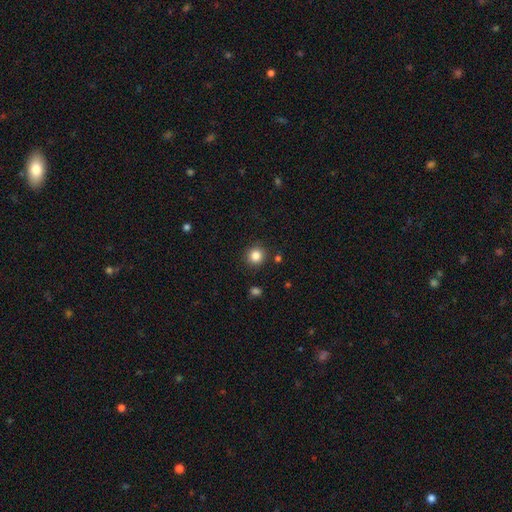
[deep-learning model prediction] Overall: smooth (84%). How rounded: round (93%). Merging: none (89%).